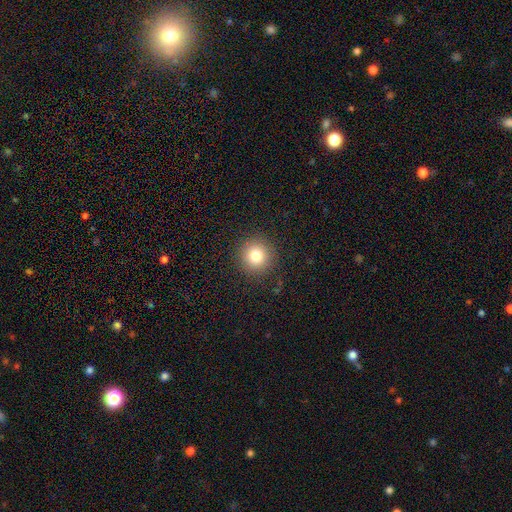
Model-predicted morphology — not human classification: smooth 80%, star or artifact 12%, featured or disk 8%. Down the decision tree: how rounded — round (95%); merging — none (91%).